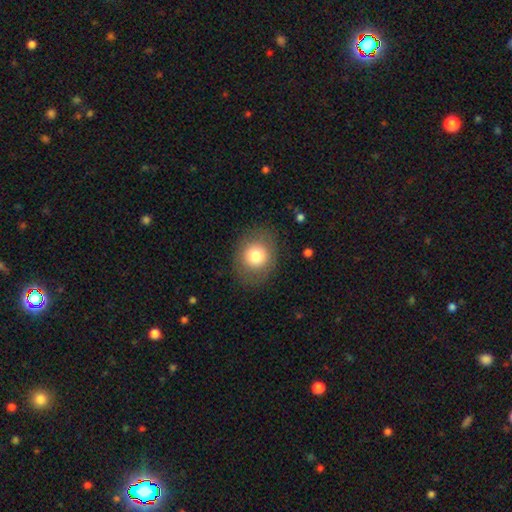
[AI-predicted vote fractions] Smooth or featured: smooth — 77% (featured or disk — 14%)
How rounded: round — 66% (in between — 33%)
Merging: none — 83% (minor disturbance — 11%)